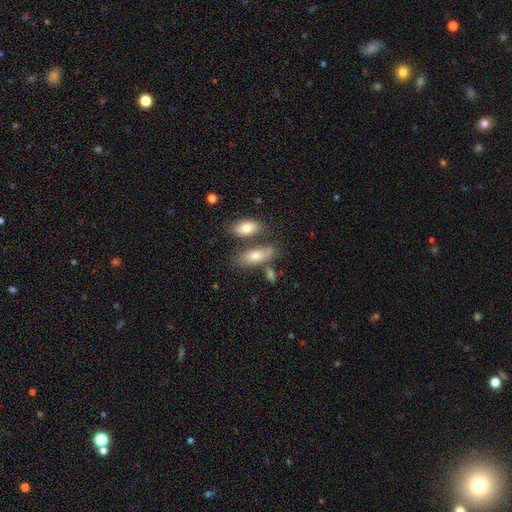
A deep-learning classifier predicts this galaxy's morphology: smooth_or_featured: smooth (p=0.74) [alt: featured or disk p=0.19]
how_rounded: in between (p=0.79) [alt: cigar-shaped p=0.17]
merging: none (p=0.54) [alt: merger p=0.26]